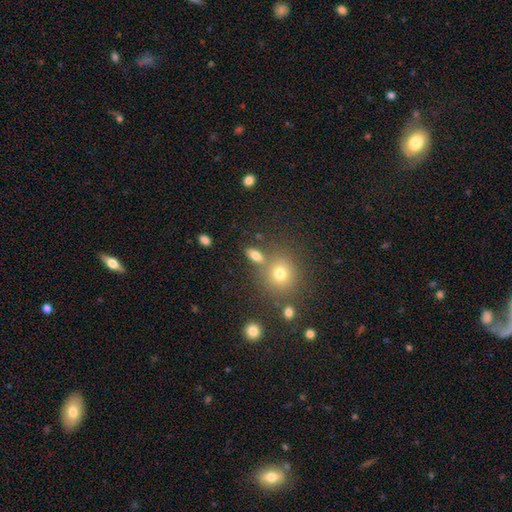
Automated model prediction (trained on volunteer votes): smooth 75%, star or artifact 14%, featured or disk 11%. Down the decision tree: how rounded — in between (71%); merging — none (69%).